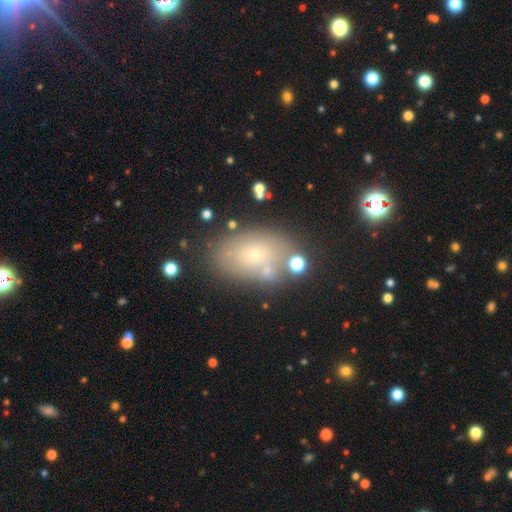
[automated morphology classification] Smooth or featured?
  - smooth: 54% *
  - featured or disk: 30%
  - star or artifact: 16%
How rounded?
  - in between: 86% *
  - round: 12%
  - cigar-shaped: 2%
Merging?
  - none: 69% *
  - minor disturbance: 17%
  - merger: 8%
  - major disturbance: 7%